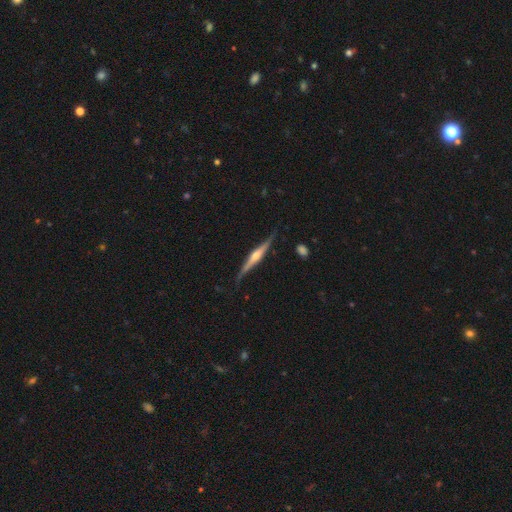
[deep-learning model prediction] A featured or disk galaxy (78%) viewed edge-on (98%) with a rounded central bulge (86%).

Vote fractions:
- Smooth or featured? featured or disk: 78% / smooth: 17% / star or artifact: 5%
- Edge-on disk? yes: 98% / no: 2%
- Edge-on bulge? rounded: 86% / boxy: 8% / none: 6%
- Merging? none: 82% / minor disturbance: 14% / major disturbance: 3% / merger: 2%